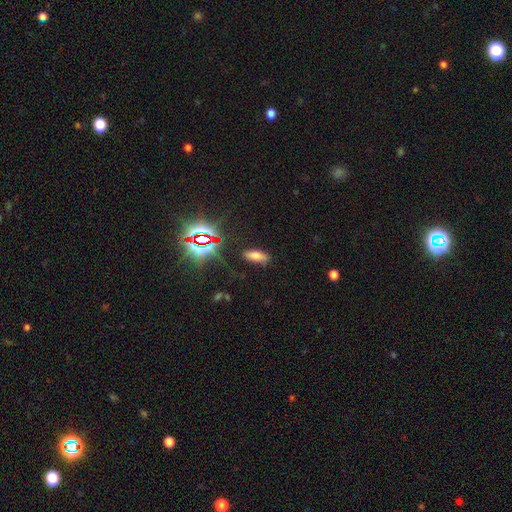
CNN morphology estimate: The model was most divided on "smooth or featured": smooth: 66%, star or artifact: 25%, featured or disk: 9%. More confident: merging — none (82%); how rounded — in between (74%).